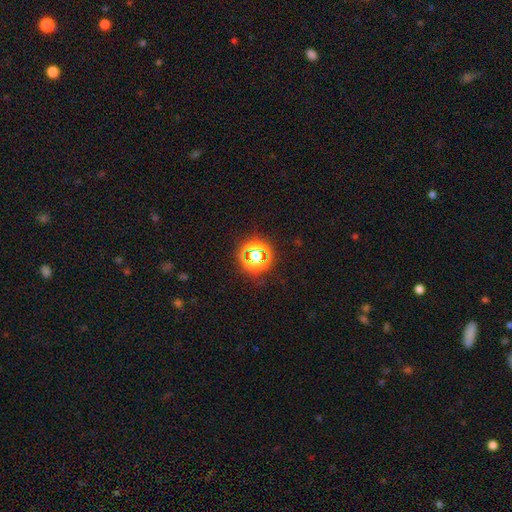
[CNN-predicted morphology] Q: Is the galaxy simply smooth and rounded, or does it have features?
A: star or artifact — 62%.